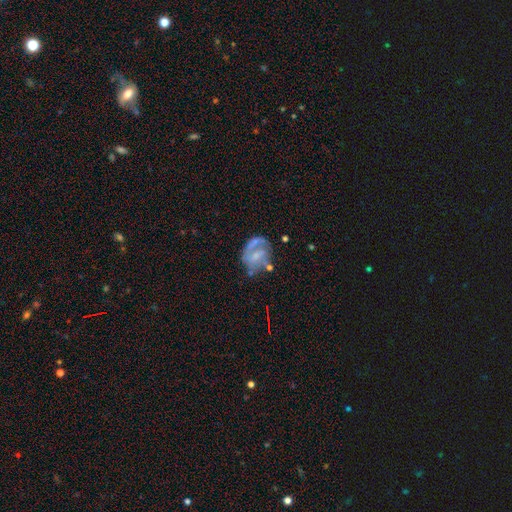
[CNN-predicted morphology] Smooth or featured? Predicted: featured or disk (p=0.67). Edge-on disk? Predicted: no (p=0.97). Bar? Predicted: weak (p=0.44). Spiral arms? Predicted: yes (p=0.70). Bulge size? Predicted: small (p=0.47). Merging? Predicted: none (p=0.46).